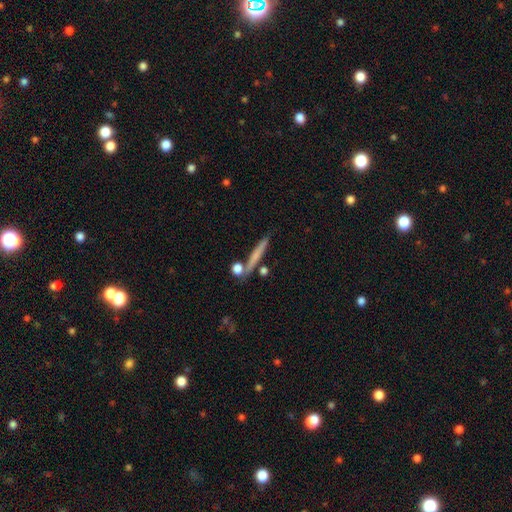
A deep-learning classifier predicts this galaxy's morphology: Smooth or featured? smooth (57%)
How rounded? cigar-shaped (91%)
Merging? none (79%)